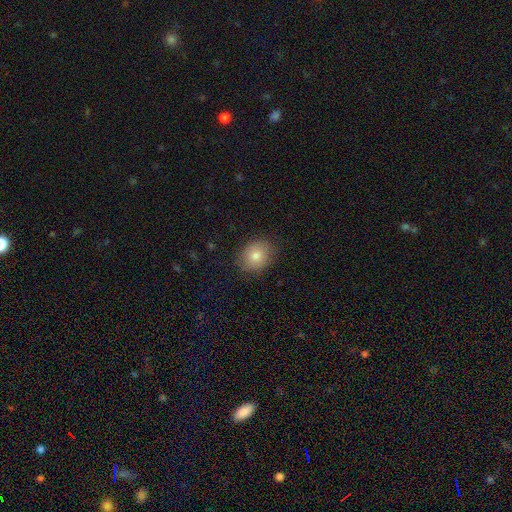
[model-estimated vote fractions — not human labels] Q: Smooth or featured?
A: smooth (80%); runner-up: featured or disk (10%)
Q: How rounded?
A: round (57%); runner-up: in between (42%)
Q: Merging?
A: none (87%); runner-up: minor disturbance (10%)